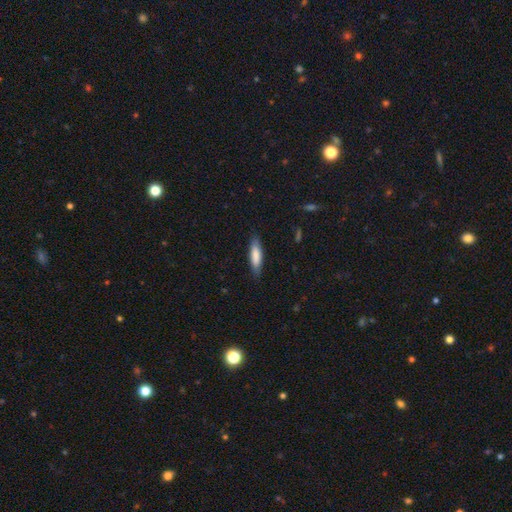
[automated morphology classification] smooth_or_featured: smooth (p=0.80) [alt: featured or disk p=0.15]
how_rounded: cigar-shaped (p=0.68) [alt: in between p=0.31]
merging: none (p=0.83) [alt: minor disturbance p=0.13]